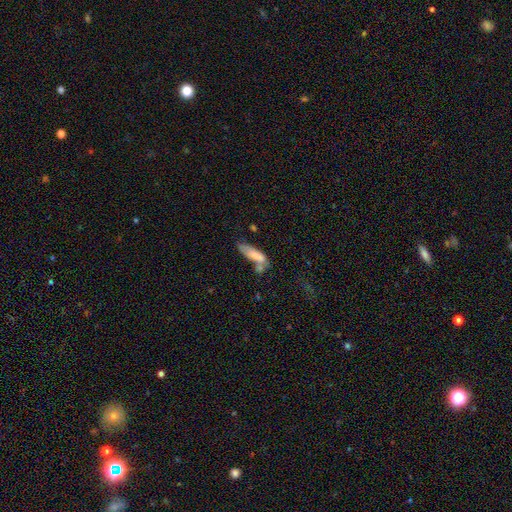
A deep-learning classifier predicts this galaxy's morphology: This appears to be a smooth galaxy with no disk features (73%) that is cigar-shaped (49%, tied with in between). Merging: merger (34%).